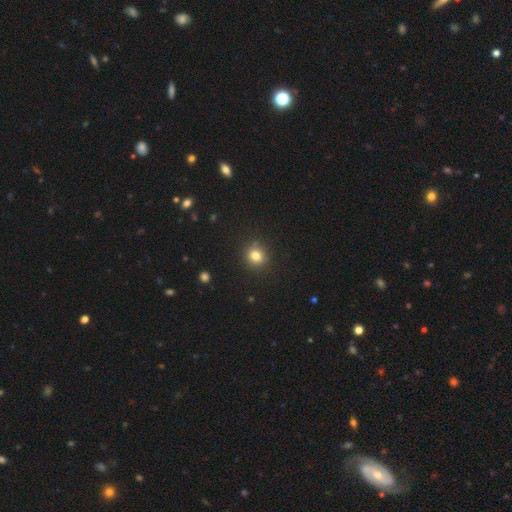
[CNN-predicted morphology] smooth-or-featured: smooth: 81% | star or artifact: 13% | featured or disk: 6%
  how-rounded: round: 83% | in between: 17% | cigar-shaped: 1%
  merging: none: 84% | minor disturbance: 9% | merger: 4% | major disturbance: 3%